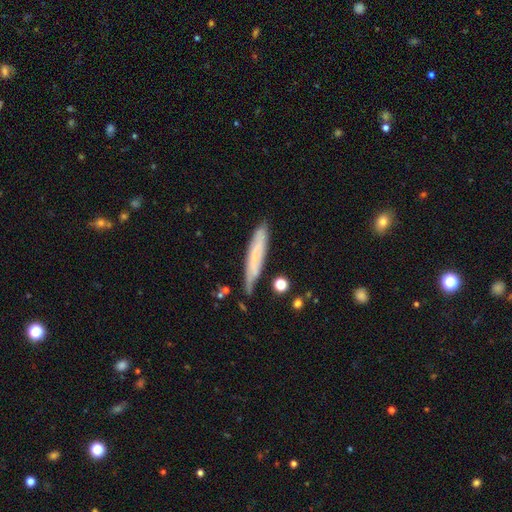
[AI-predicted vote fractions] A smooth galaxy with no disk features (62%) that is cigar-shaped (91%).

Vote fractions:
- Smooth or featured? smooth: 62% / featured or disk: 30% / star or artifact: 8%
- How rounded? cigar-shaped: 91% / in between: 8% / round: 1%
- Merging? none: 74% / minor disturbance: 19% / major disturbance: 4% / merger: 3%